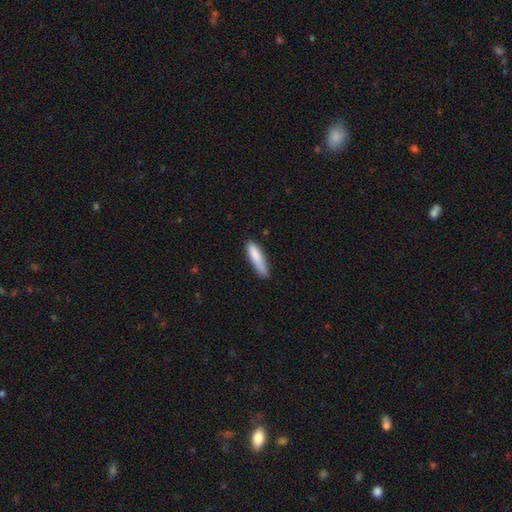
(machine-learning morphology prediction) Overall: smooth (85%). How rounded: cigar-shaped (76%). Merging: none (68%).